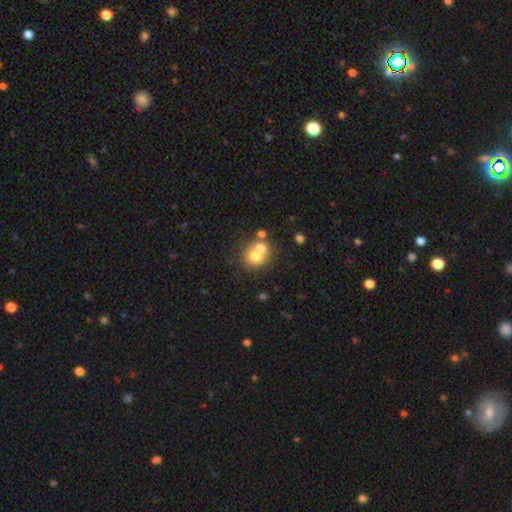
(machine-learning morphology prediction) smooth-or-featured: smooth: 68% | featured or disk: 20% | star or artifact: 12%
  how-rounded: round: 80% | in between: 19% | cigar-shaped: 1%
  merging: merger: 50% | none: 39% | minor disturbance: 7% | major disturbance: 3%